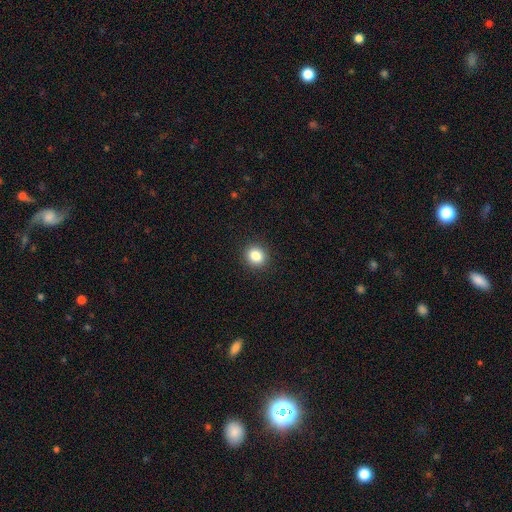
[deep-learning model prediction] This appears to be a smooth galaxy with no disk features (85%) that is round (80%). Merging: none (92%).